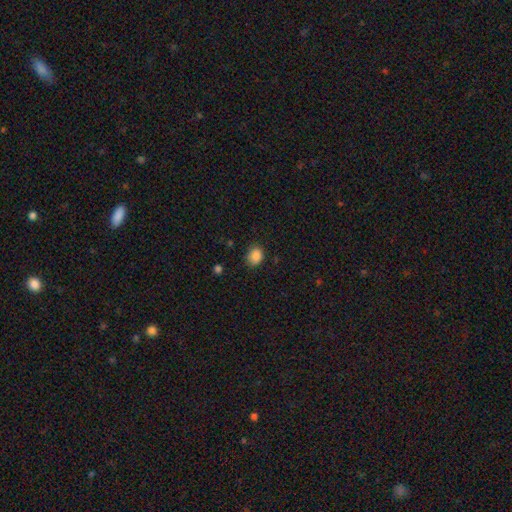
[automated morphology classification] Smooth or featured? smooth (87%)
How rounded? round (53%)
Merging? none (82%)